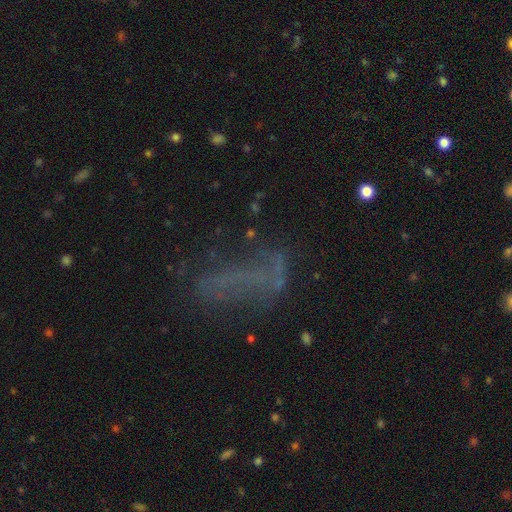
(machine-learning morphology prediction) Smooth or featured?
  - featured or disk: 41% *
  - smooth: 34%
  - star or artifact: 25%
Merging?
  - none: 43% *
  - major disturbance: 30%
  - minor disturbance: 20%
  - merger: 6%